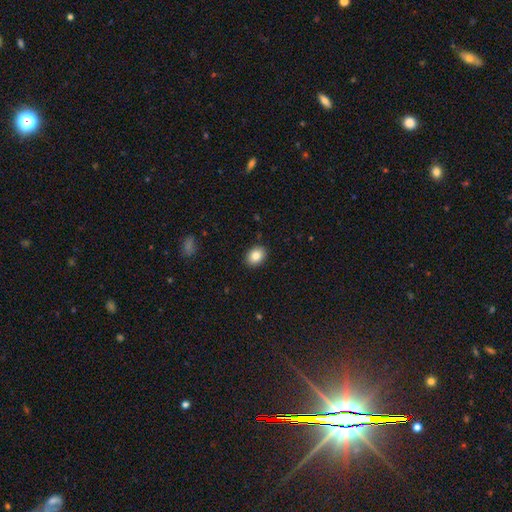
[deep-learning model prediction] smooth-or-featured: smooth: 84% | star or artifact: 8% | featured or disk: 7%
  how-rounded: in between: 68% | round: 31% | cigar-shaped: 1%
  merging: none: 90% | minor disturbance: 7% | major disturbance: 2% | merger: 1%